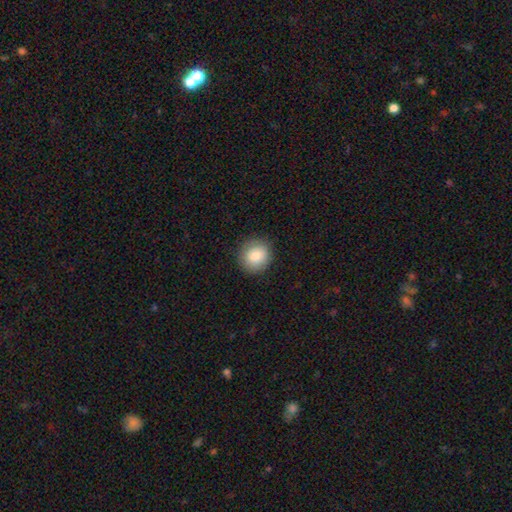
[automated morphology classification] This appears to be a smooth galaxy with no disk features (83%) that is round (89%). Merging: none (89%).